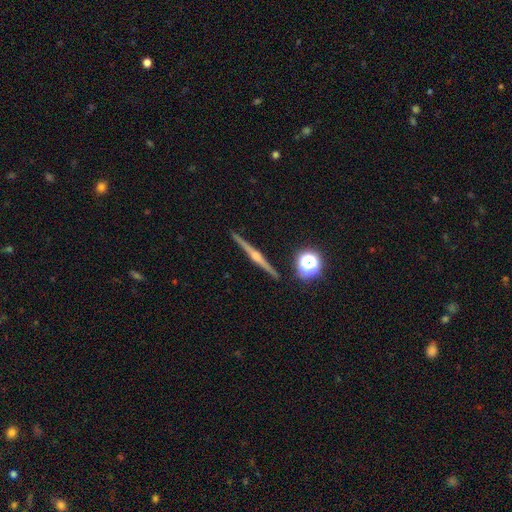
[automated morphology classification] smooth-or-featured: featured or disk: 76% | smooth: 15% | star or artifact: 9%
  disk-edge-on: yes: 97% | no: 3%
    edge-on-bulge: rounded: 82% | none: 12% | boxy: 6%
  merging: none: 90% | minor disturbance: 6% | merger: 2% | major disturbance: 2%